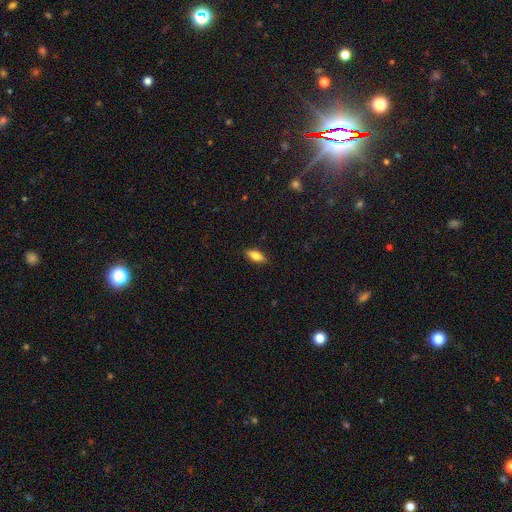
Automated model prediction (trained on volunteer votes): Smooth or featured: smooth — 77% (featured or disk — 16%)
How rounded: in between — 80% (cigar-shaped — 18%)
Merging: none — 88% (minor disturbance — 9%)